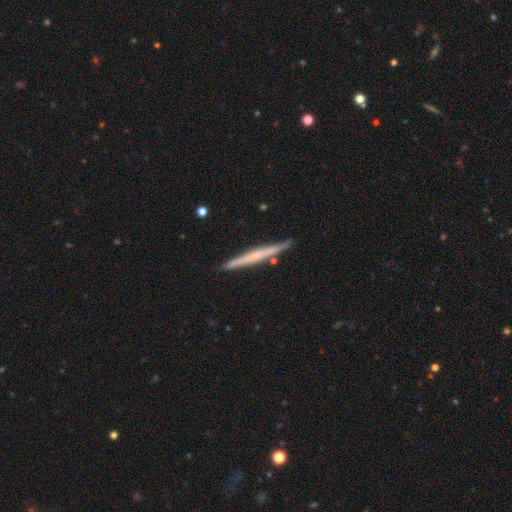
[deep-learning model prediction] smooth-or-featured: featured or disk: 57% | smooth: 37% | star or artifact: 5%
  disk-edge-on: yes: 98% | no: 2%
    edge-on-bulge: none: 64% | rounded: 28% | boxy: 8%
  merging: none: 89% | minor disturbance: 7% | merger: 2% | major disturbance: 1%